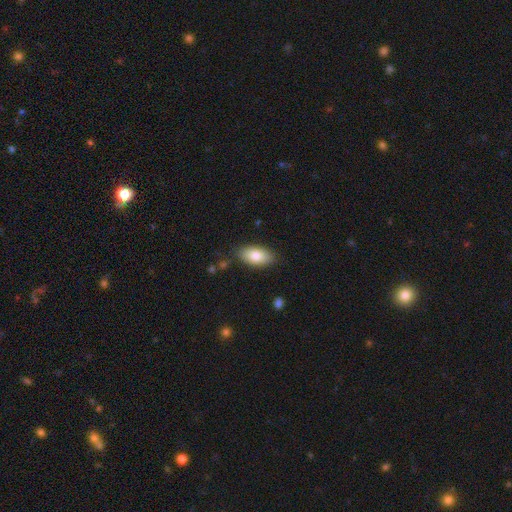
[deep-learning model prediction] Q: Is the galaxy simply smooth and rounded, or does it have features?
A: smooth — 81%.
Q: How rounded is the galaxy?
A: in between — 93%.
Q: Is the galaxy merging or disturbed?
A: none — 84%.